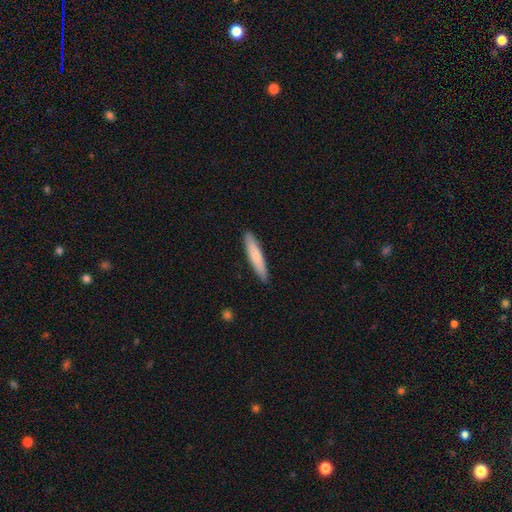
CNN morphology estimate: Smooth or featured? Predicted: smooth (p=0.75). How rounded? Predicted: cigar-shaped (p=0.90). Merging? Predicted: none (p=0.90).